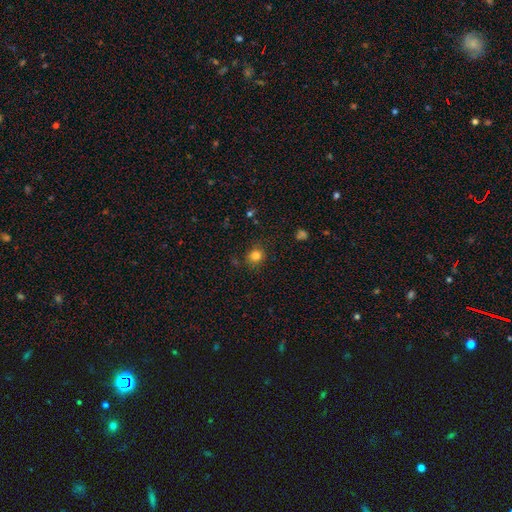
Smooth or featured?
  - smooth: 88% *
  - star or artifact: 12%
  - featured or disk: 0%
How rounded?
  - round: 83% *
  - in between: 17%
  - cigar-shaped: 0%
Merging?
  - none: 80% *
  - minor disturbance: 20%
  - major disturbance: 0%
  - merger: 0%